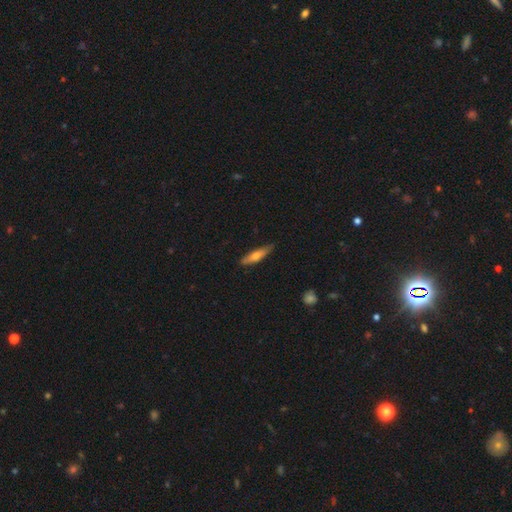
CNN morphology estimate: smooth-or-featured: smooth: 57% | featured or disk: 37% | star or artifact: 6%
  how-rounded: cigar-shaped: 78% | in between: 20% | round: 2%
  merging: none: 84% | minor disturbance: 13% | major disturbance: 2% | merger: 1%